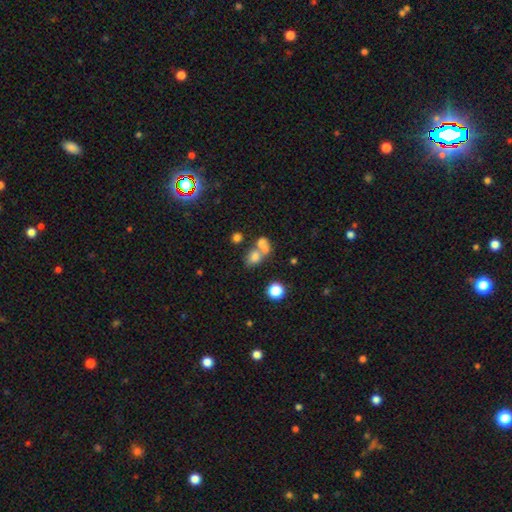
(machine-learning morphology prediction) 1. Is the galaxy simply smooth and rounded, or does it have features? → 64% smooth, 18% featured or disk, 18% star or artifact.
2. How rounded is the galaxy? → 52% round, 47% in between, 2% cigar-shaped.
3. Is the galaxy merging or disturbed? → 56% merger, 31% none, 7% minor disturbance, 6% major disturbance.